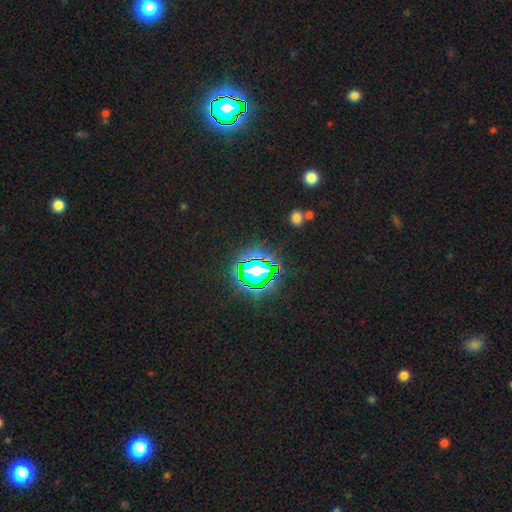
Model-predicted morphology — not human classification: smooth-or-featured: star or artifact: 82% | smooth: 12% | featured or disk: 6%